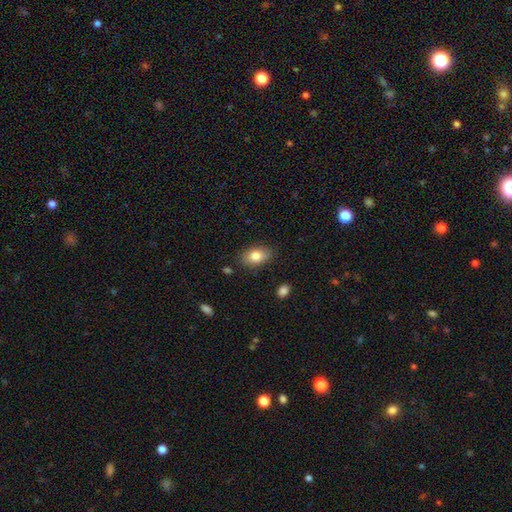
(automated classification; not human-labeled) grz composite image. It shows a smooth galaxy with no disk features (82%) that is in between round and cigar-shaped (89%). Merging: none (84%).